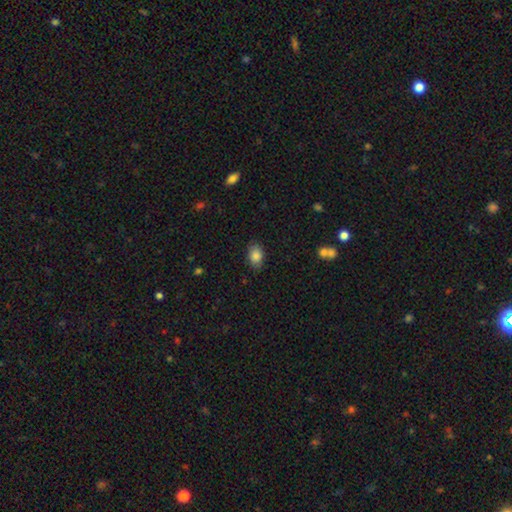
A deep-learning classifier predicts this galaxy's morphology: Smooth or featured: smooth — 85% (star or artifact — 8%)
How rounded: in between — 86% (round — 13%)
Merging: none — 84% (minor disturbance — 12%)